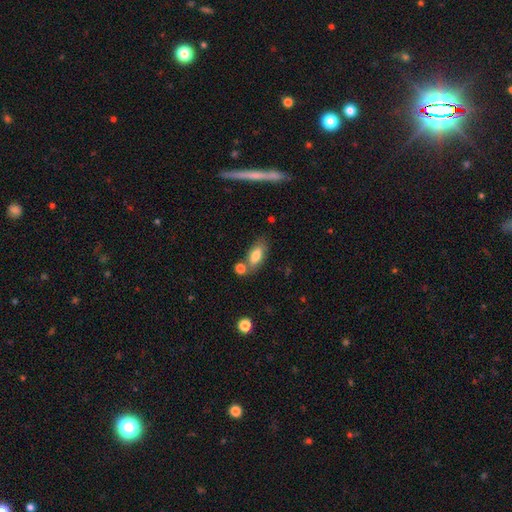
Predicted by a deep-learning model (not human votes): A smooth galaxy with no disk features (75%) that is in between round and cigar-shaped (84%). Merging: none (62%).